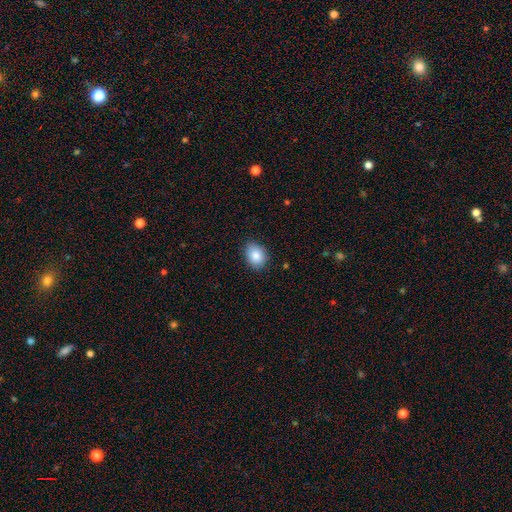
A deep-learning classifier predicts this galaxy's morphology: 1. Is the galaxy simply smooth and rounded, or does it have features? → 85% smooth, 8% star or artifact, 7% featured or disk.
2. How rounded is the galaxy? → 61% in between, 38% round, 1% cigar-shaped.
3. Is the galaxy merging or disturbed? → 83% none, 14% minor disturbance, 2% major disturbance, 1% merger.